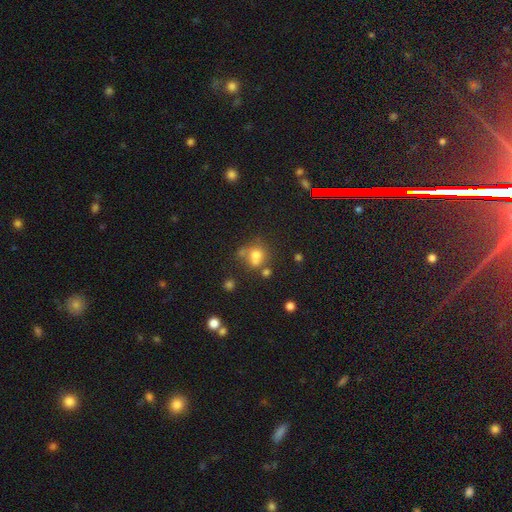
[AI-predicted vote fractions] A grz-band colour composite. It shows a smooth galaxy with no disk features (69%) that is round (74%). Merging: none (45%).